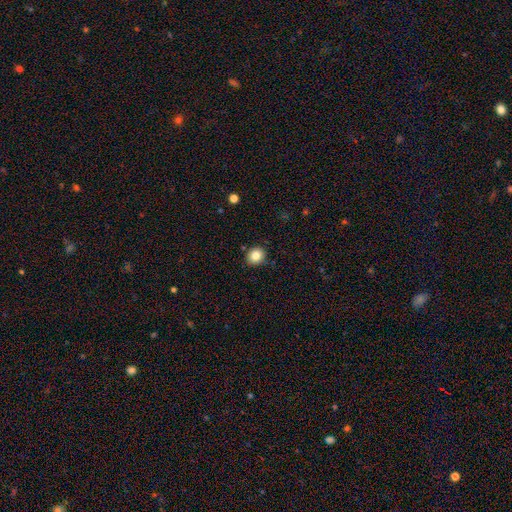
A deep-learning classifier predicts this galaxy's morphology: Q: Smooth or featured?
A: smooth (83%); runner-up: star or artifact (10%)
Q: How rounded?
A: round (77%); runner-up: in between (22%)
Q: Merging?
A: none (87%); runner-up: minor disturbance (9%)